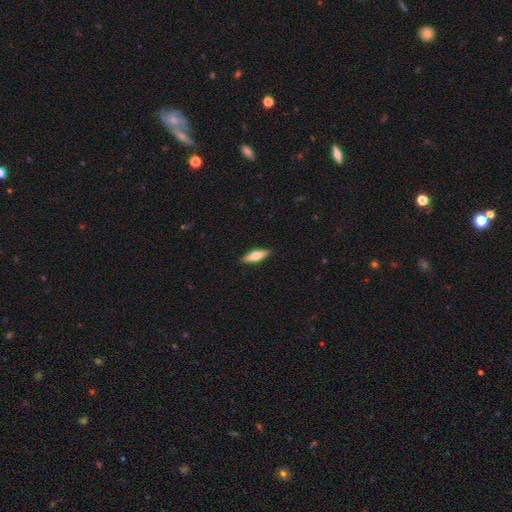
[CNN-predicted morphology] smooth_or_featured: smooth (p=0.60) [alt: featured or disk p=0.34]
how_rounded: in between (p=0.51) [alt: cigar-shaped p=0.47]
merging: none (p=0.90) [alt: minor disturbance p=0.08]